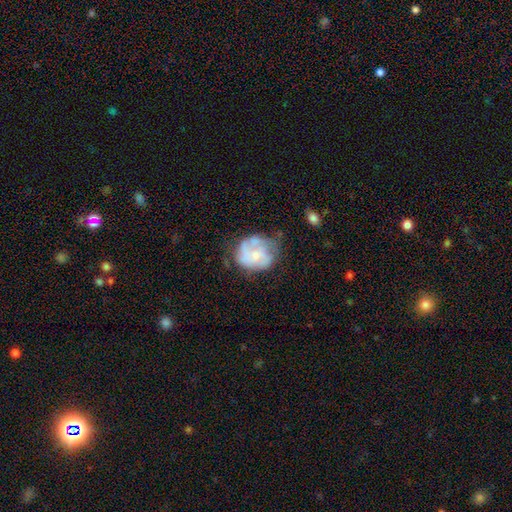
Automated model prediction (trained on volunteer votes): This is possibly a featured or disk galaxy (58%). It is clearly not viewed edge-on (98%). Bar: likely no (78%). Spiral arm pattern: possibly yes (53%). Central bulge: possibly small (46%). Merging: marginally none (42%).